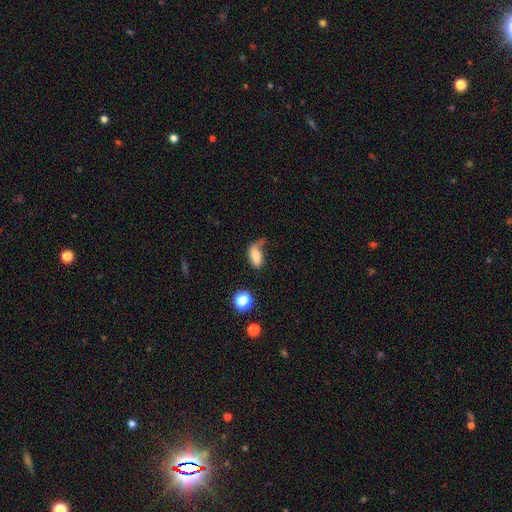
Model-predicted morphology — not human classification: Overall: smooth (74%). How rounded: in between (86%). Merging: none (34%; minor disturbance 30%).